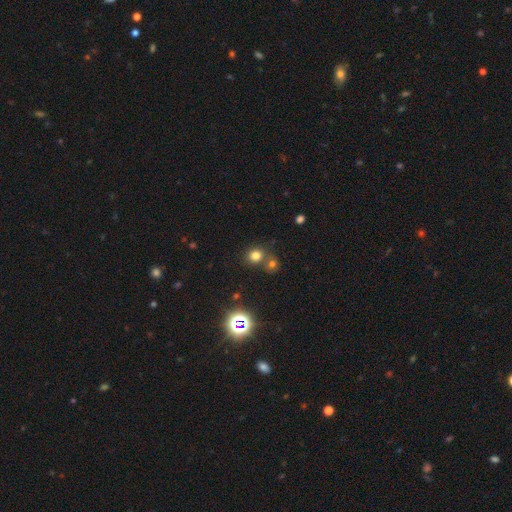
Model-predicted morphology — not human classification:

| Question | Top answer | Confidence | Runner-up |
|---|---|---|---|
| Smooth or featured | smooth | 72% | star or artifact (21%) |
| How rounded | round | 81% | in between (18%) |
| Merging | none | 65% | merger (23%) |